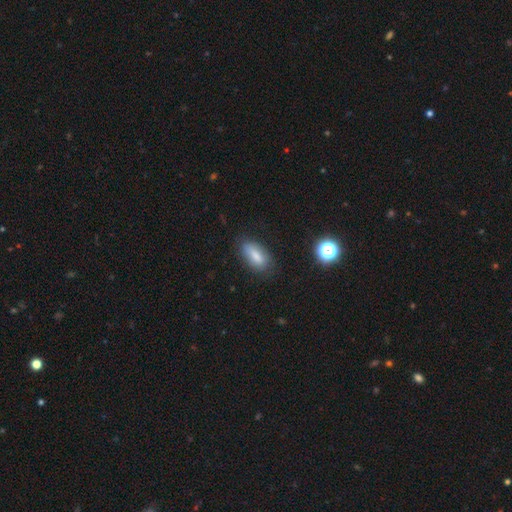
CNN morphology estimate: smooth_or_featured: smooth (p=0.77) [alt: featured or disk p=0.14]
how_rounded: in between (p=0.80) [alt: cigar-shaped p=0.16]
merging: none (p=0.77) [alt: minor disturbance p=0.17]